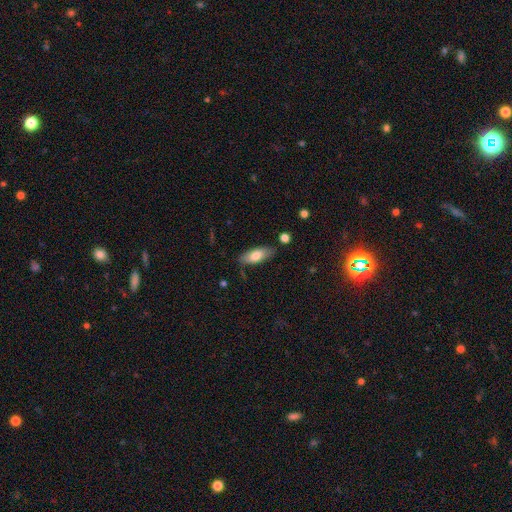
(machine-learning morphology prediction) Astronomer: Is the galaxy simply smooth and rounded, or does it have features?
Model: smooth — 74%.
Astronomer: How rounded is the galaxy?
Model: in between — 80%.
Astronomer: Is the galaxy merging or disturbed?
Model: none — 78%.